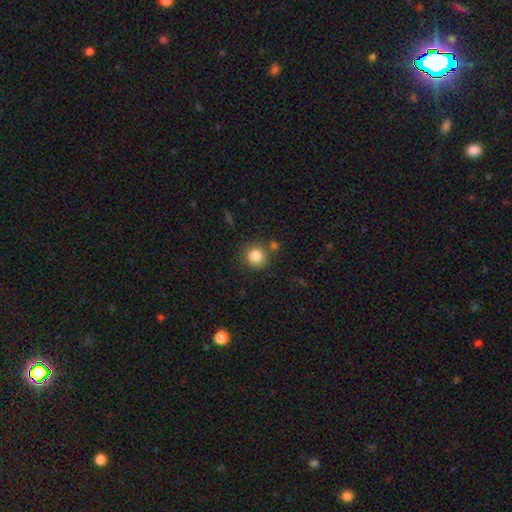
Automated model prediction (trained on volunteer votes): A smooth galaxy with no disk features (85%) that is round (91%).

Vote fractions:
- Smooth or featured? smooth: 85% / star or artifact: 10% / featured or disk: 5%
- How rounded? round: 91% / in between: 8% / cigar-shaped: 1%
- Merging? none: 75% / minor disturbance: 12% / merger: 9% / major disturbance: 4%